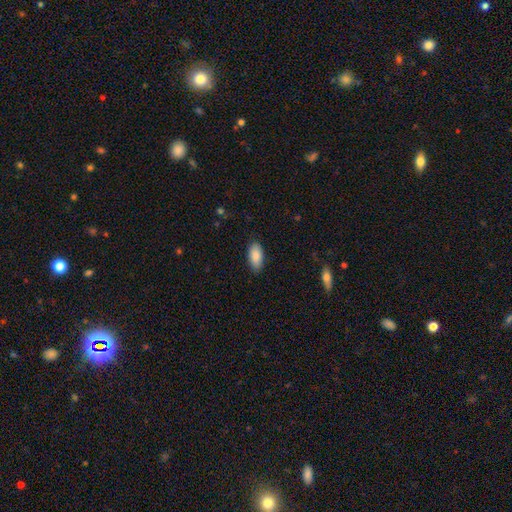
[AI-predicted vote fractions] A smooth galaxy with no disk features (88%) that is in between round and cigar-shaped (92%). Merging: none (86%).